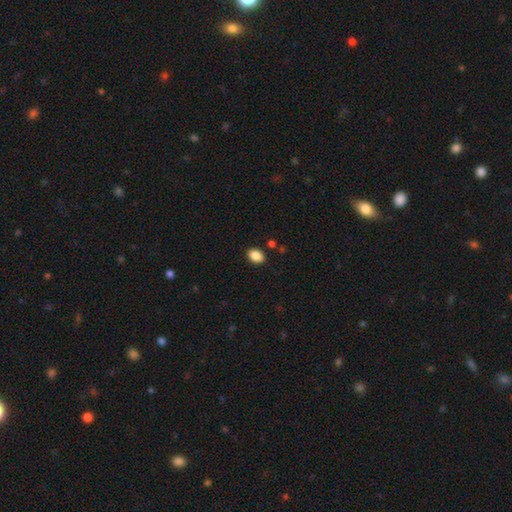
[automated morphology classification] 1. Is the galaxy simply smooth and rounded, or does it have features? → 88% smooth, 8% star or artifact, 4% featured or disk.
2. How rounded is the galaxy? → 79% in between, 20% round, 1% cigar-shaped.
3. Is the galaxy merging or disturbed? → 89% none, 8% minor disturbance, 2% major disturbance, 2% merger.